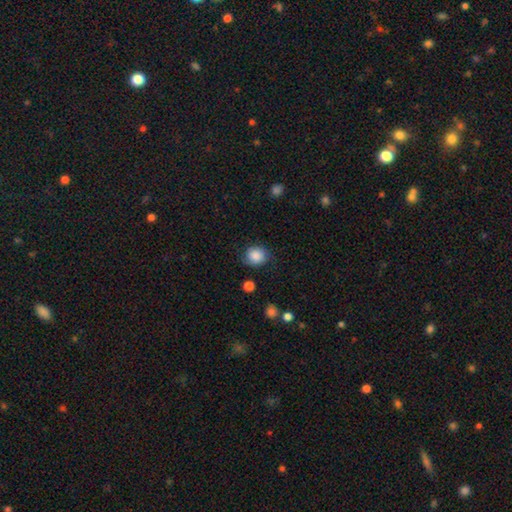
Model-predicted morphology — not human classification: smooth-or-featured: smooth: 85% | star or artifact: 8% | featured or disk: 7%
  how-rounded: round: 80% | in between: 19% | cigar-shaped: 1%
  merging: none: 76% | minor disturbance: 17% | major disturbance: 5% | merger: 2%